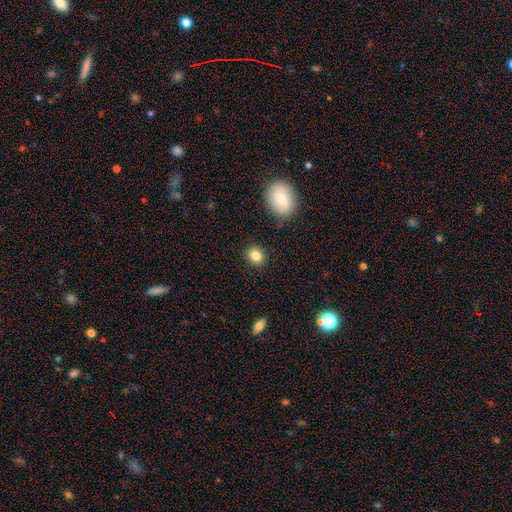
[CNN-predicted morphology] A smooth galaxy with no disk features (83%) that is round (68%).

Vote fractions:
- Smooth or featured? smooth: 83% / star or artifact: 10% / featured or disk: 7%
- How rounded? round: 68% / in between: 31% / cigar-shaped: 1%
- Merging? none: 88% / minor disturbance: 8% / major disturbance: 2% / merger: 2%